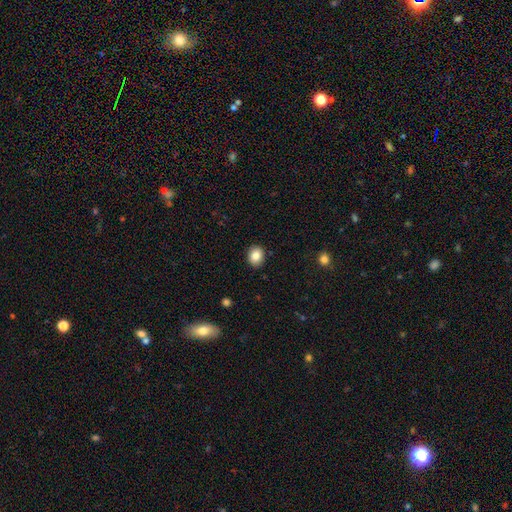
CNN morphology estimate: smooth_or_featured: smooth (p=0.85) [alt: star or artifact p=0.09]
how_rounded: round (p=0.51) [alt: in between p=0.48]
merging: none (p=0.90) [alt: minor disturbance p=0.07]